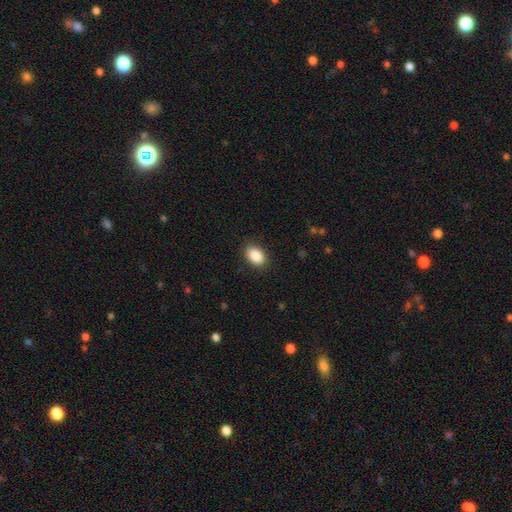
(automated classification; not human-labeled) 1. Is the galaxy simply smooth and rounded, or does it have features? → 89% smooth, 7% star or artifact, 3% featured or disk.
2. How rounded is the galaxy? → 88% in between, 11% round, 1% cigar-shaped.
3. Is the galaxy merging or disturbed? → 88% none, 9% minor disturbance, 2% major disturbance, 1% merger.